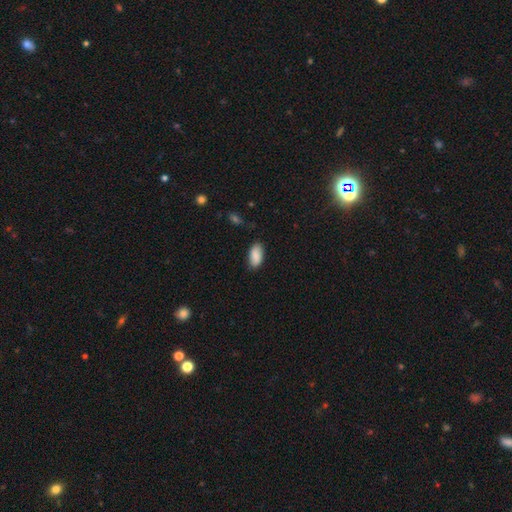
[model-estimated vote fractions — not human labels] smooth 88%, star or artifact 7%, featured or disk 6%. Down the decision tree: how rounded — in between (93%); merging — none (81%).